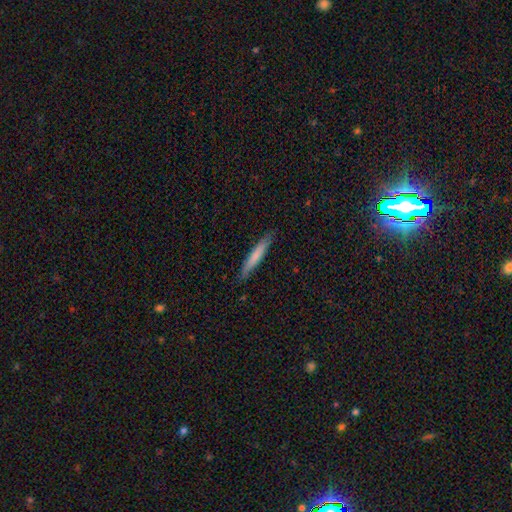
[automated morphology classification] type=smooth (71%); roundness=cigar-shaped (94%); merging=none (87%).